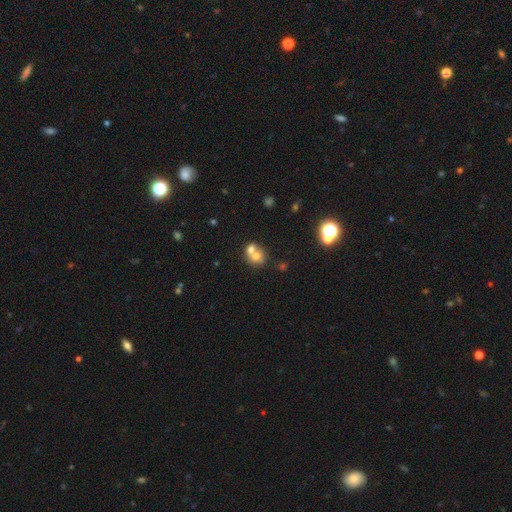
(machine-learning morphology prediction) This is likely a smooth galaxy (63%). How rounded: likely round (68%). Merging: likely merger (62%).